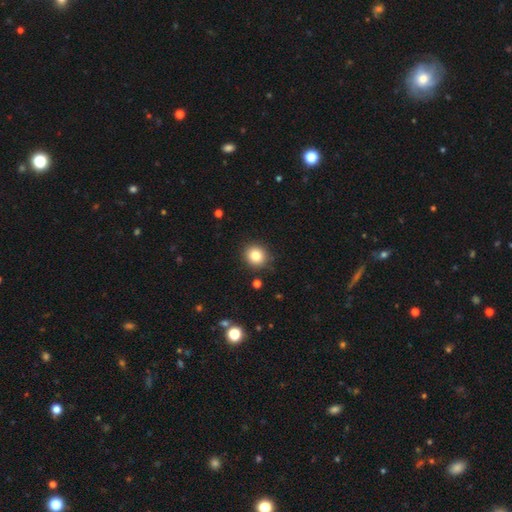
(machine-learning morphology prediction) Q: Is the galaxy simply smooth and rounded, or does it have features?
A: smooth — 82%.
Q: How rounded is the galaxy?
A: round — 85%.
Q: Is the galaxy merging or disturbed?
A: none — 89%.